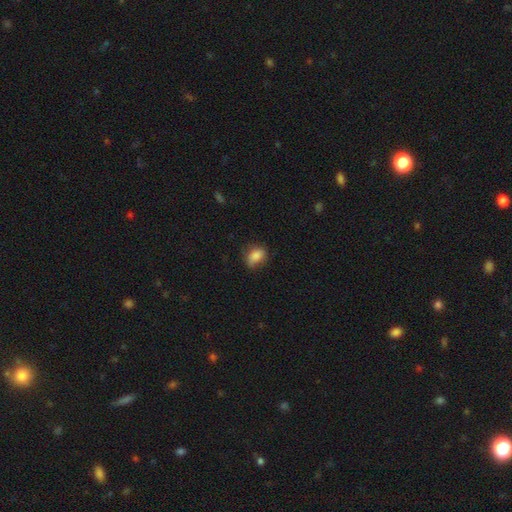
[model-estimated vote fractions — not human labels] Smooth or featured?
  - smooth: 86% *
  - star or artifact: 9%
  - featured or disk: 5%
How rounded?
  - in between: 79% *
  - round: 20%
  - cigar-shaped: 2%
Merging?
  - none: 71% *
  - minor disturbance: 23%
  - major disturbance: 5%
  - merger: 1%